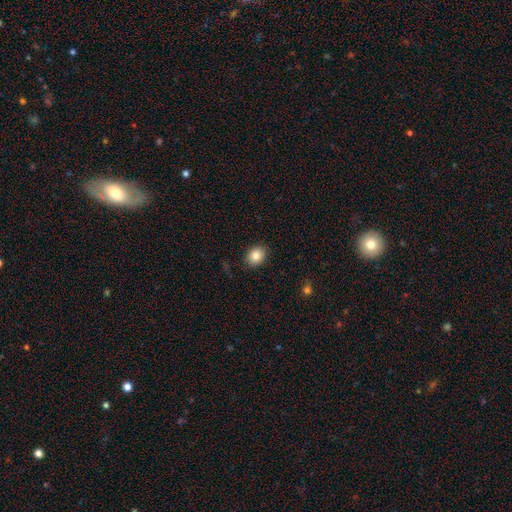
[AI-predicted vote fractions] Smooth or featured?
  - smooth: 84% *
  - star or artifact: 9%
  - featured or disk: 7%
How rounded?
  - in between: 62% *
  - round: 37%
  - cigar-shaped: 1%
Merging?
  - none: 86% *
  - minor disturbance: 11%
  - major disturbance: 3%
  - merger: 1%